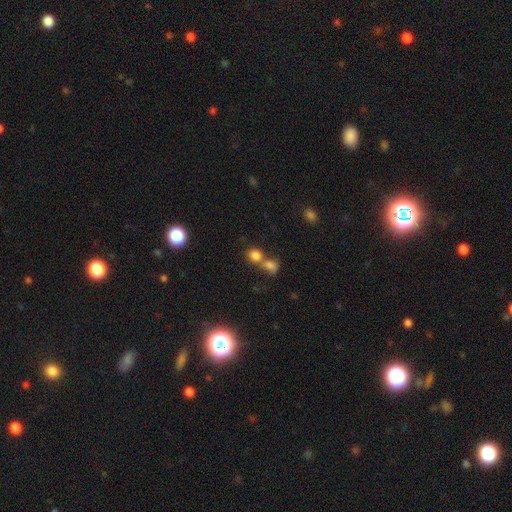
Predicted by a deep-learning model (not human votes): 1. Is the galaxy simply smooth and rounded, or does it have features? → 78% smooth, 14% star or artifact, 8% featured or disk.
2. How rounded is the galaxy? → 67% round, 31% in between, 2% cigar-shaped.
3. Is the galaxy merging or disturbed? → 53% merger, 36% none, 7% minor disturbance, 4% major disturbance.